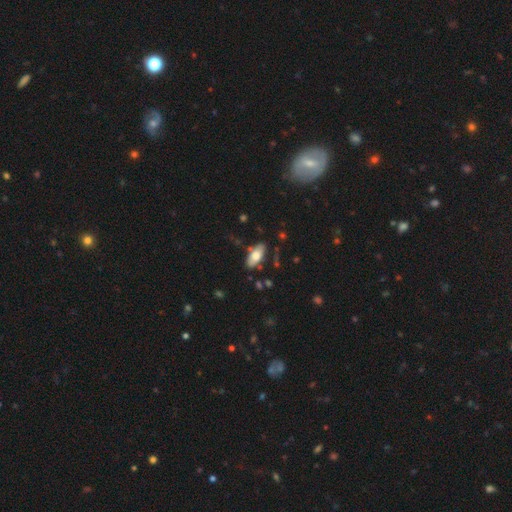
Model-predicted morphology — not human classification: Smooth or featured?
  - smooth: 72% *
  - featured or disk: 22%
  - star or artifact: 6%
How rounded?
  - in between: 88% *
  - cigar-shaped: 10%
  - round: 2%
Merging?
  - none: 77% *
  - minor disturbance: 16%
  - major disturbance: 4%
  - merger: 3%